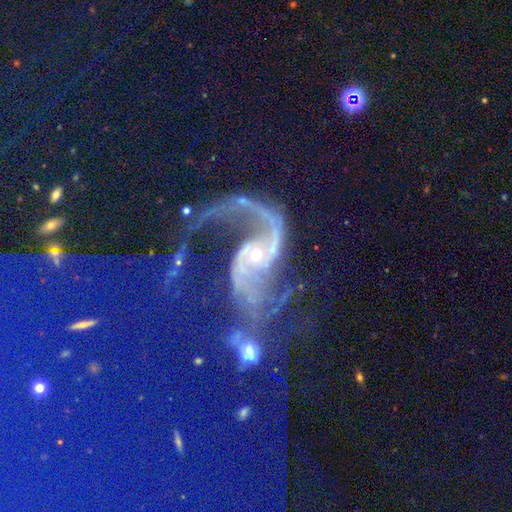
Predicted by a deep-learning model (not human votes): The model was most divided on "merging": major disturbance: 35%, merger: 27%, none: 26%, minor disturbance: 12%. More confident: edge-on disk — no (98%); spiral arms — yes (95%); smooth or featured — featured or disk (88%); spiral arm count — 2 (77%); spiral winding — loose (74%); bulge size — small (61%); bar — no (58%).